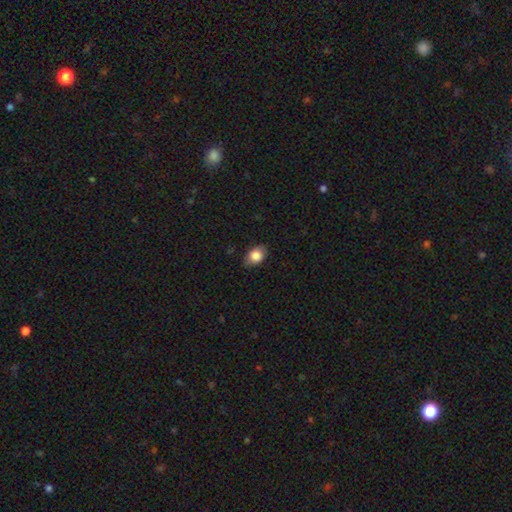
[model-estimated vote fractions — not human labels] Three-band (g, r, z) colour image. It shows a smooth galaxy with no disk features (81%) that is in between round and cigar-shaped (78%). Merging: none (79%).